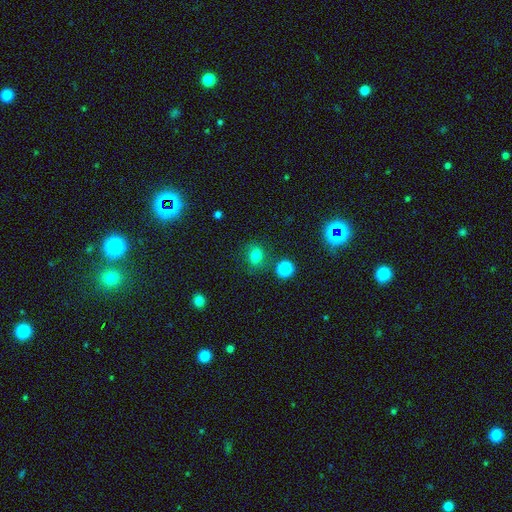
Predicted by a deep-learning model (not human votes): smooth-or-featured: smooth: 78% | star or artifact: 15% | featured or disk: 7%
  how-rounded: round: 60% | in between: 38% | cigar-shaped: 1%
  merging: none: 76% | minor disturbance: 13% | merger: 6% | major disturbance: 4%